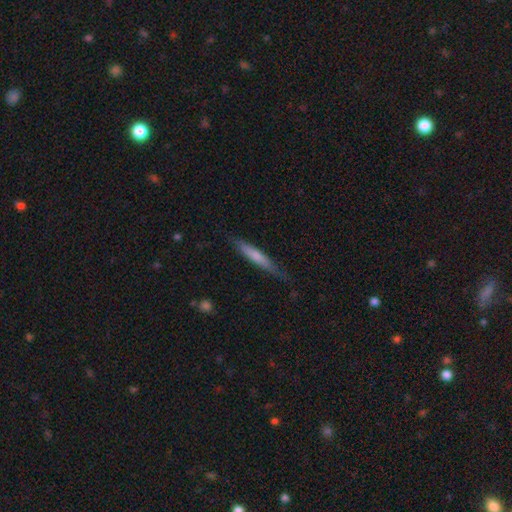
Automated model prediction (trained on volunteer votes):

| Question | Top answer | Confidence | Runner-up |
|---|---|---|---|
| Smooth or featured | smooth | 63% | featured or disk (31%) |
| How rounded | cigar-shaped | 92% | in between (7%) |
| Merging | none | 74% | minor disturbance (20%) |